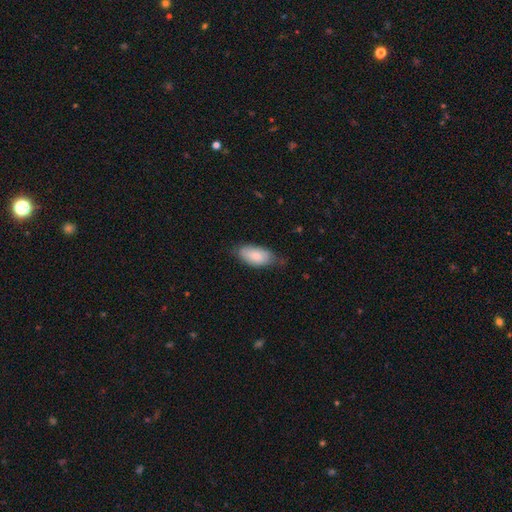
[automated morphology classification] type=smooth (80%); roundness=in between (93%); merging=none (62%).